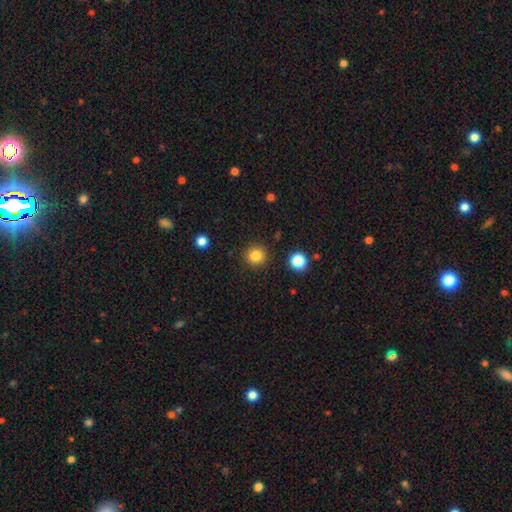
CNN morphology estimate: Smooth or featured? Predicted: smooth (p=0.84). How rounded? Predicted: round (p=0.94). Merging? Predicted: none (p=0.90).